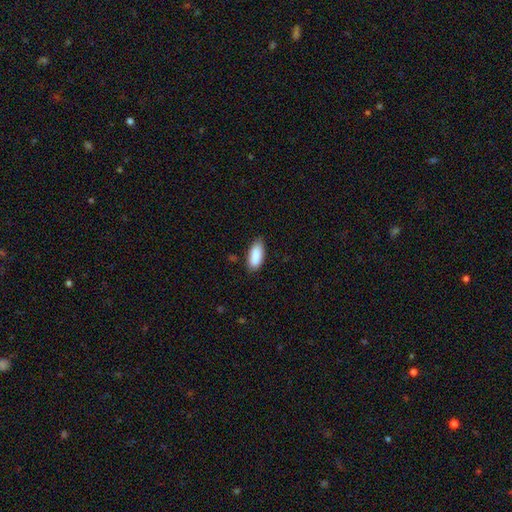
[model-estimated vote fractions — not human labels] The model was most divided on "merging": none: 76%, minor disturbance: 19%, major disturbance: 3%, merger: 2%. More confident: smooth or featured — smooth (88%); how rounded — in between (82%).